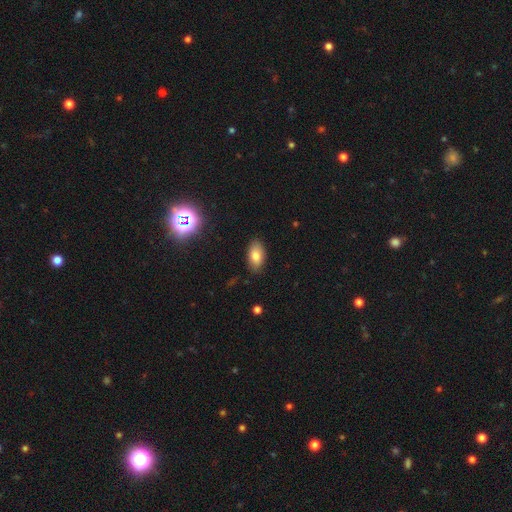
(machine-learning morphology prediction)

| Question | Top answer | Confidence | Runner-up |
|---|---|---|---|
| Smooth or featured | smooth | 80% | featured or disk (10%) |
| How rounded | in between | 92% | round (5%) |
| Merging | none | 86% | minor disturbance (10%) |